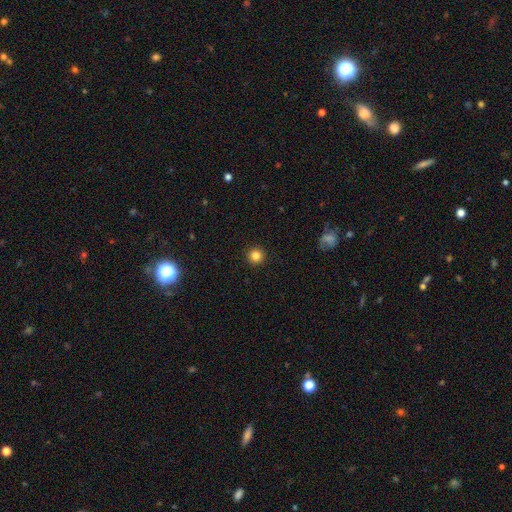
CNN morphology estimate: Smooth or featured: smooth — 84% (star or artifact — 12%)
How rounded: round — 96% (in between — 3%)
Merging: none — 93% (minor disturbance — 4%)